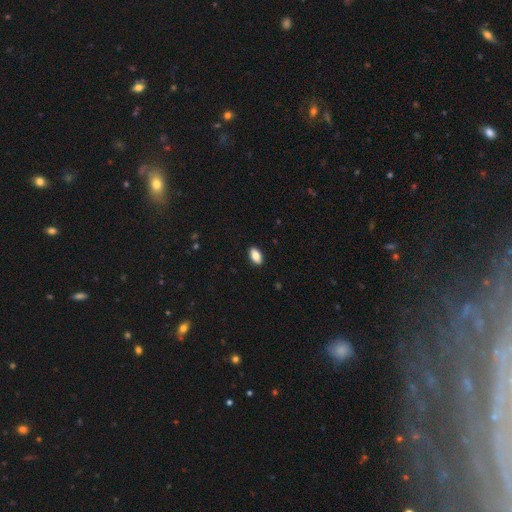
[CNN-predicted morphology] Smooth or featured? Predicted: smooth (p=0.85). How rounded? Predicted: in between (p=0.92). Merging? Predicted: none (p=0.90).